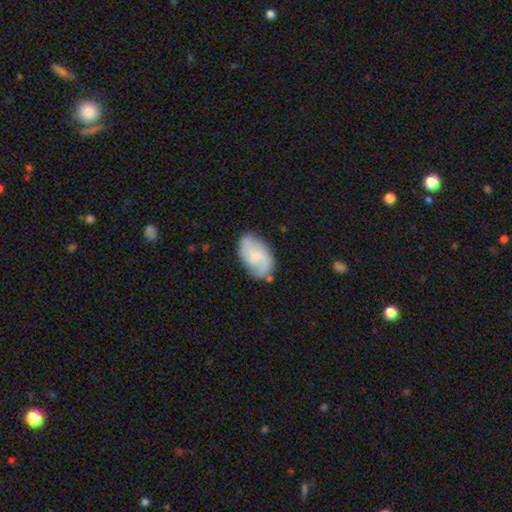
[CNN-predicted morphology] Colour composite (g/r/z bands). It shows a featured or disk galaxy (58%) with no bar (57%), spiral arms (89%) and a small central bulge (48%). Merging: none (69%).